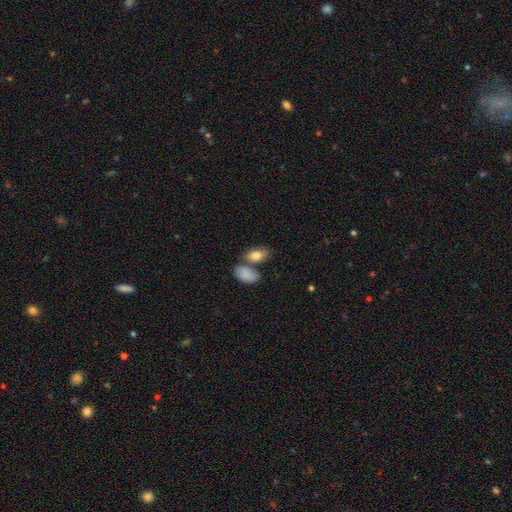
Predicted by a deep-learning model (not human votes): A smooth galaxy with no disk features (83%) that is in between round and cigar-shaped (90%). Merging: none (48%).